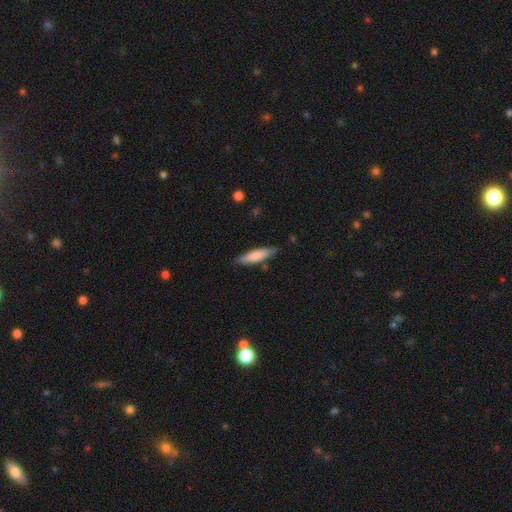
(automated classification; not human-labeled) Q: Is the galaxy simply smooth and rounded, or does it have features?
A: smooth — 74%.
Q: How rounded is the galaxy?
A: cigar-shaped — 72%.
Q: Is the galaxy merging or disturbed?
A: none — 81%.